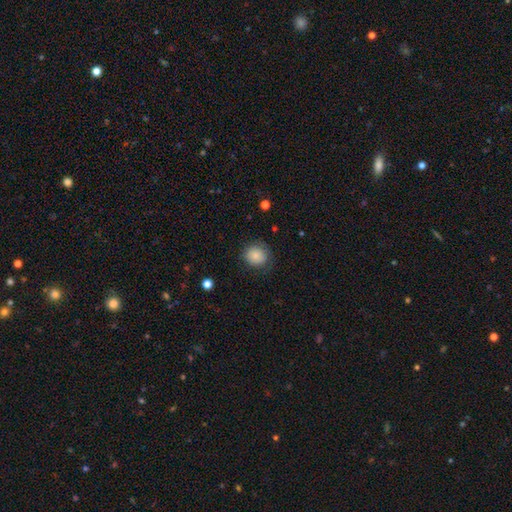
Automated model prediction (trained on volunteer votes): Smooth or featured: smooth — 82% (featured or disk — 9%)
How rounded: round — 84% (in between — 15%)
Merging: none — 73% (minor disturbance — 19%)